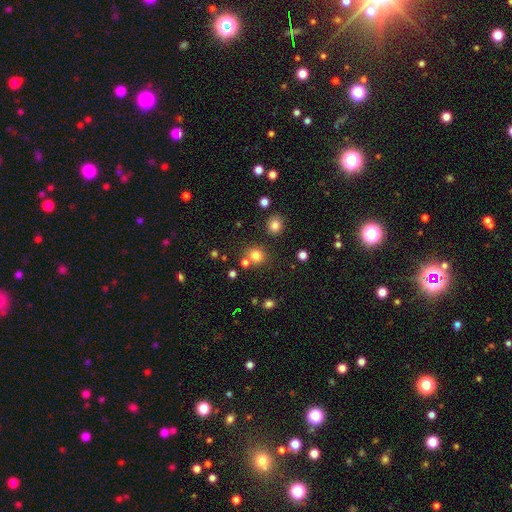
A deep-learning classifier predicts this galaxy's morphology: type=smooth (77%); roundness=round (85%); merging=none (72%).